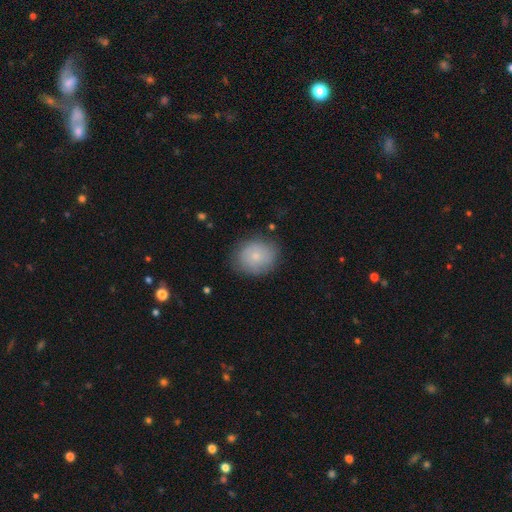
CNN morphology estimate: The model was most divided on "how rounded": round: 65%, in between: 34%, cigar-shaped: 1%. More confident: merging — none (78%); smooth or featured — smooth (72%).